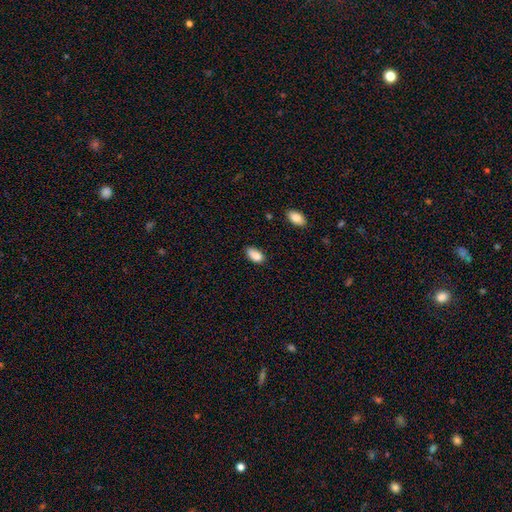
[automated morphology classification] type=smooth (87%); roundness=in between (93%); merging=none (70%).